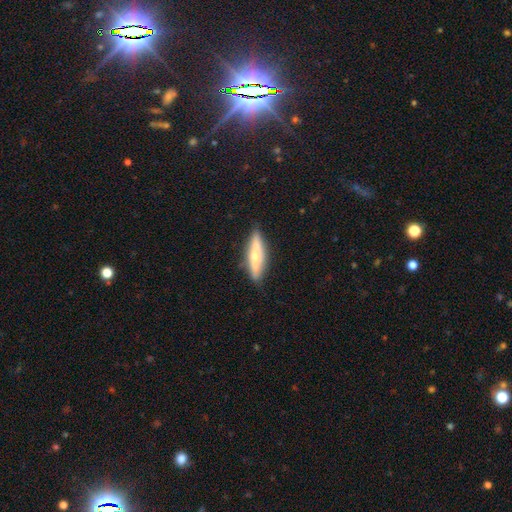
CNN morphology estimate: Smooth or featured? smooth (48%)
Merging? none (86%)